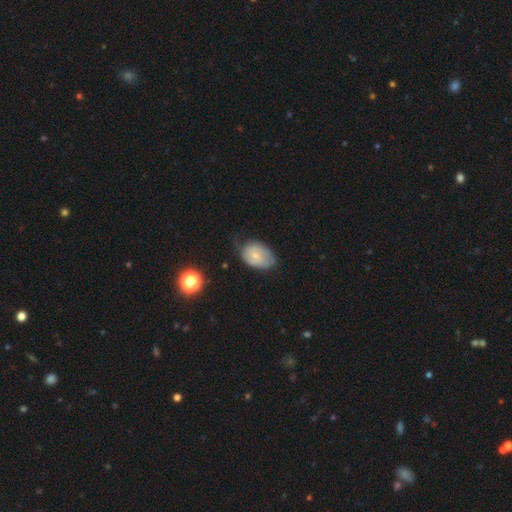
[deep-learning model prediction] Smooth or featured? smooth (58%)
How rounded? in between (81%)
Merging? none (44%)